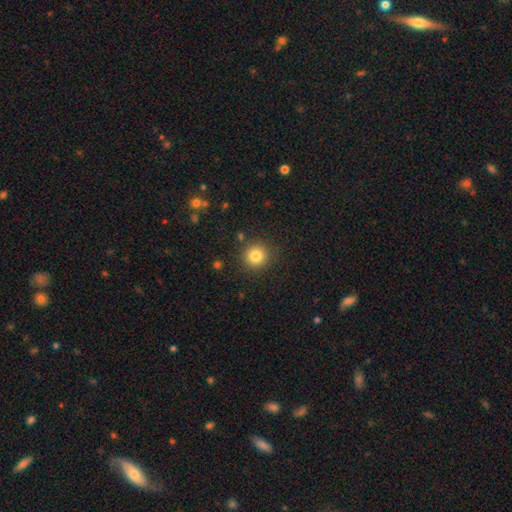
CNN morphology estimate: This appears to be a smooth galaxy with no disk features (81%) that is round (94%). Merging: none (89%).